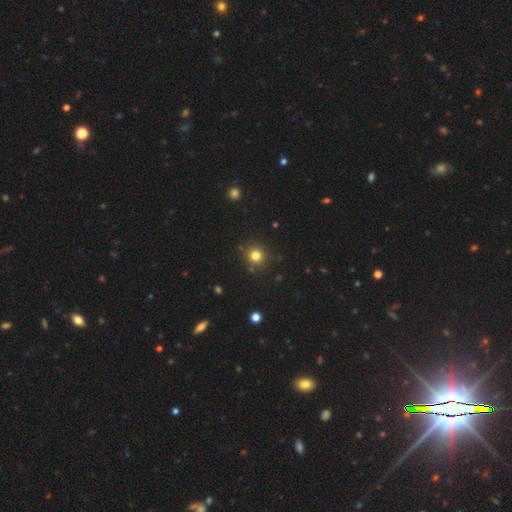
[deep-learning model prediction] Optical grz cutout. It shows a smooth galaxy with no disk features (80%) that is round (93%). Merging: none (87%).